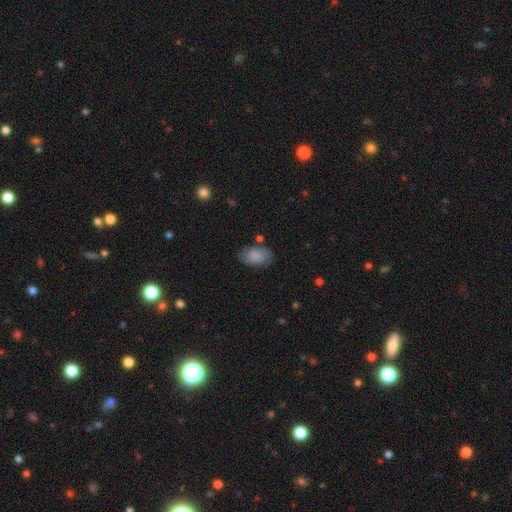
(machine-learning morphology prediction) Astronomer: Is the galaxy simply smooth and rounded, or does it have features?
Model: smooth — 77%.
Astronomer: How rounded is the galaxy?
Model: in between — 91%.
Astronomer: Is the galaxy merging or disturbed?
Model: none — 69%.